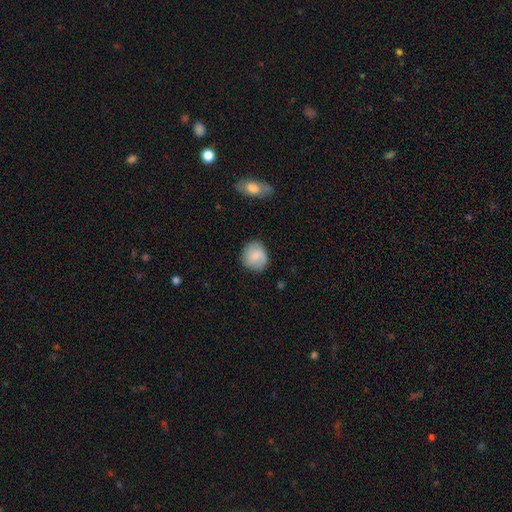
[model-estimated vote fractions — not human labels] A smooth galaxy with no disk features (72%) that is round (83%).

Vote fractions:
- Smooth or featured? smooth: 72% / featured or disk: 21% / star or artifact: 7%
- How rounded? round: 83% / in between: 16% / cigar-shaped: 1%
- Merging? none: 78% / minor disturbance: 16% / major disturbance: 4% / merger: 2%